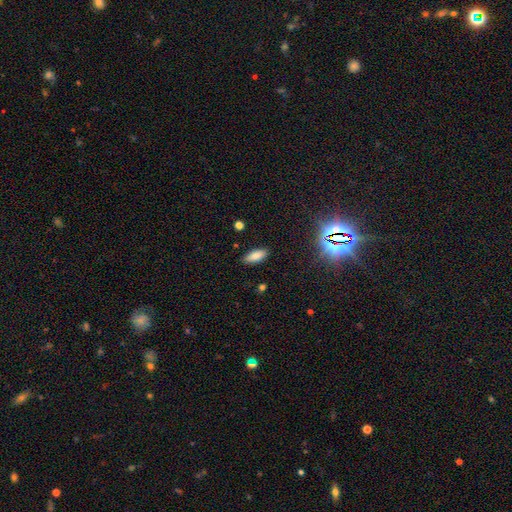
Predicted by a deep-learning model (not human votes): Morphology: type=smooth (83%); roundness=in between (79%); merging=none (86%).